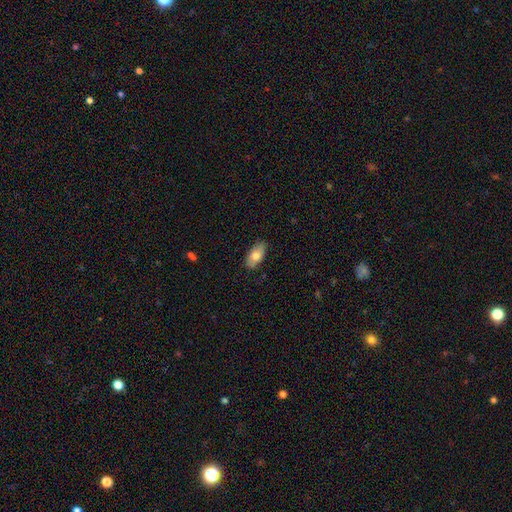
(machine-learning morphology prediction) The model was most divided on "smooth or featured": smooth: 73%, featured or disk: 21%, star or artifact: 6%. More confident: how rounded — in between (92%); merging — none (83%).